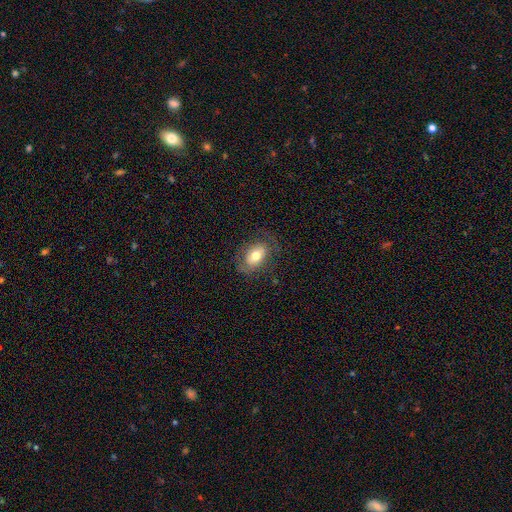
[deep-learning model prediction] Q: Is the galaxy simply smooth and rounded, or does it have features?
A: smooth — 65%.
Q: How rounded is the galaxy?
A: in between — 82%.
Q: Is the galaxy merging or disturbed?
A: none — 70%.